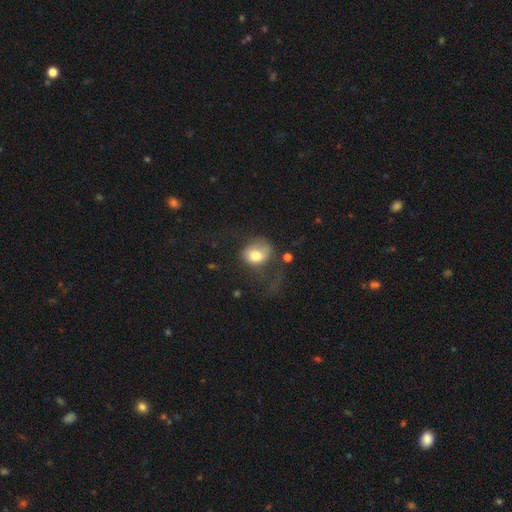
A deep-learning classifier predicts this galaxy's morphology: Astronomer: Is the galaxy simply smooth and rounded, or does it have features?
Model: smooth — 69%.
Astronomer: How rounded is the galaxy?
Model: in between — 50% (runner-up: round, 49%).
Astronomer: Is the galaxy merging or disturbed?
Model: major disturbance — 45% (runner-up: none, 28%).